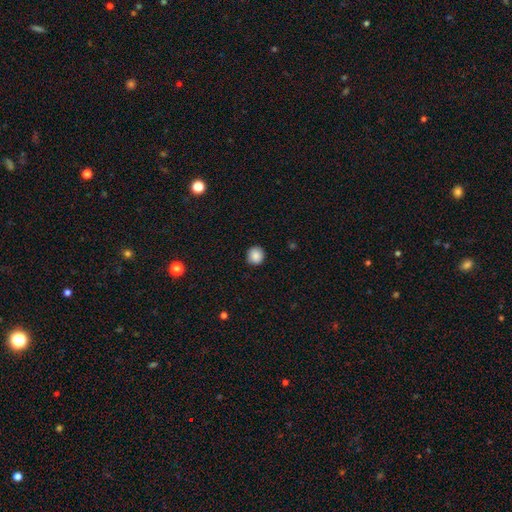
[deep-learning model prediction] This appears to be a smooth galaxy with no disk features (88%) that is round (91%). Merging: none (91%).